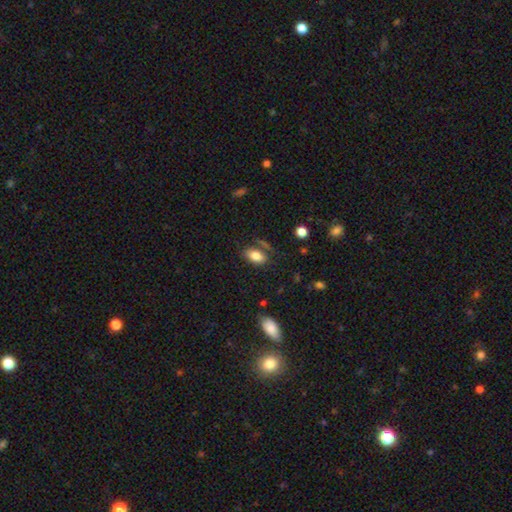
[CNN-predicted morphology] Smooth or featured?
  - smooth: 81% *
  - featured or disk: 11%
  - star or artifact: 8%
How rounded?
  - in between: 91% *
  - round: 6%
  - cigar-shaped: 3%
Merging?
  - none: 71% *
  - minor disturbance: 16%
  - merger: 8%
  - major disturbance: 5%